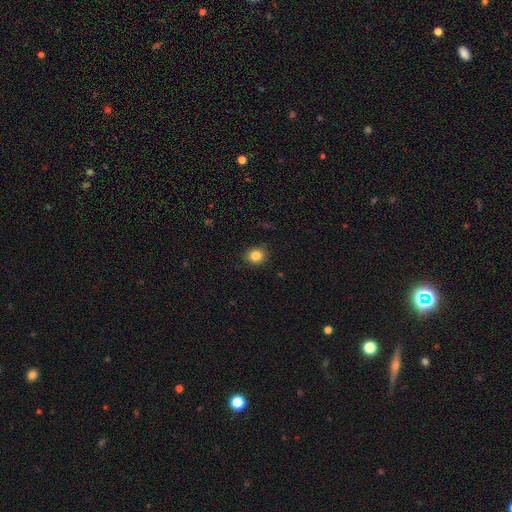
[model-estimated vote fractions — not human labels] smooth_or_featured: smooth (p=0.84) [alt: star or artifact p=0.11]
how_rounded: round (p=0.82) [alt: in between p=0.18]
merging: none (p=0.88) [alt: minor disturbance p=0.08]